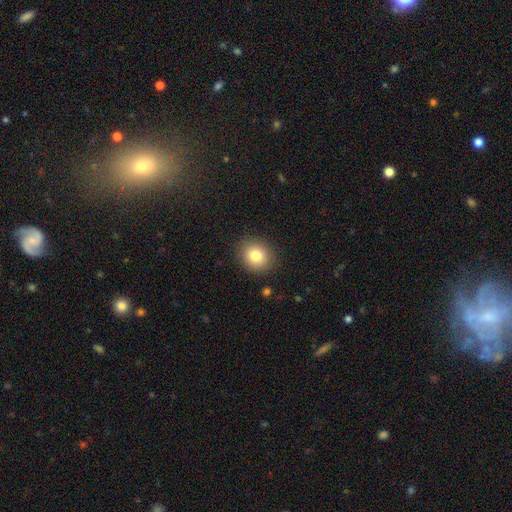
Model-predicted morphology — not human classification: Q: Smooth or featured?
A: smooth (81%); runner-up: star or artifact (10%)
Q: How rounded?
A: round (82%); runner-up: in between (17%)
Q: Merging?
A: none (89%); runner-up: minor disturbance (8%)